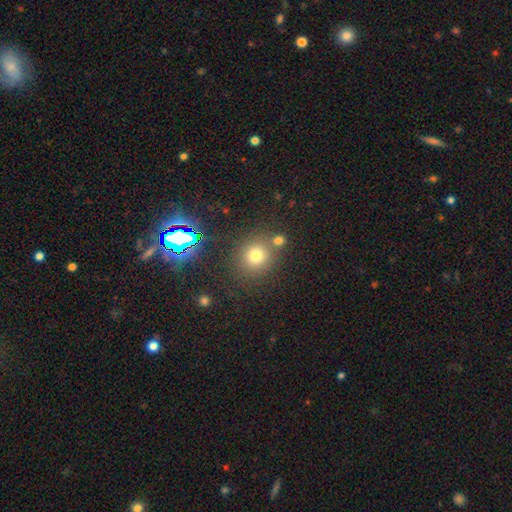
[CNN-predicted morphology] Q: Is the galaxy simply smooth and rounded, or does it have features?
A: smooth — 71%.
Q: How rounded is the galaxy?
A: round — 85%.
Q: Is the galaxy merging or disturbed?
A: none — 72%.